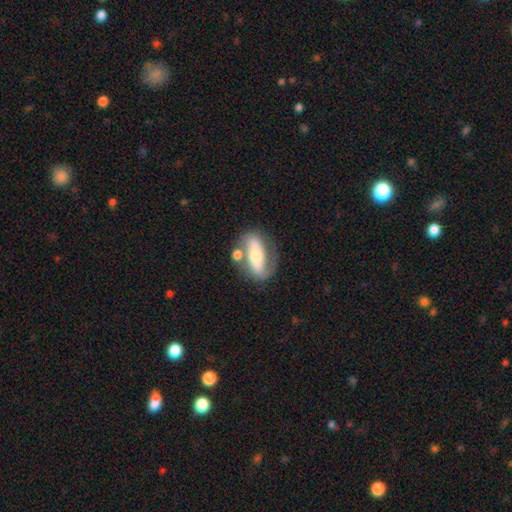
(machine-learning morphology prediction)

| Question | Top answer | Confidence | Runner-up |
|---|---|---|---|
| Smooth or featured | featured or disk | 59% | smooth (35%) |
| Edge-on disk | no | 85% | yes (15%) |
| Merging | none | 57% | merger (17%) |